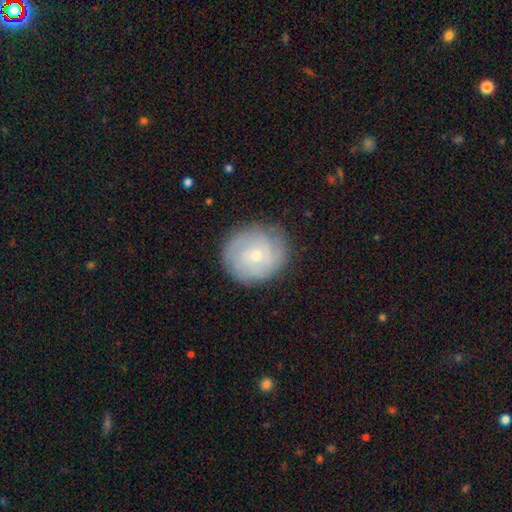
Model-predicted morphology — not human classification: Q: Smooth or featured?
A: featured or disk (55%); runner-up: smooth (37%)
Q: Edge-on disk?
A: no (97%); runner-up: yes (3%)
Q: Bar?
A: no (76%); runner-up: weak (21%)
Q: Spiral arms?
A: yes (81%); runner-up: no (19%)
Q: Bulge size?
A: small (69%); runner-up: moderate (28%)
Q: Merging?
A: none (80%); runner-up: minor disturbance (14%)